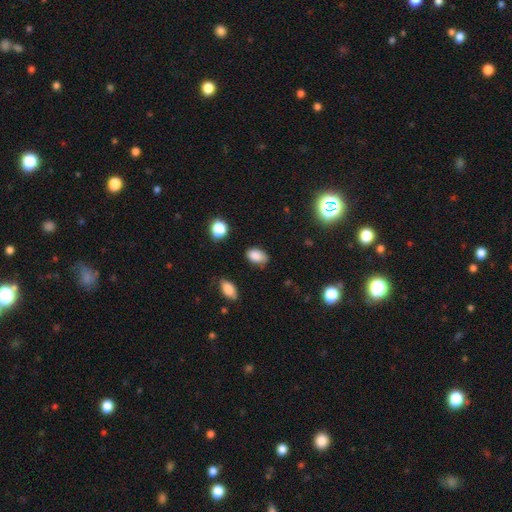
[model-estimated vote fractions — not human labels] A smooth galaxy with no disk features (84%) that is in between round and cigar-shaped (86%).

Vote fractions:
- Smooth or featured? smooth: 84% / star or artifact: 10% / featured or disk: 6%
- How rounded? in between: 86% / round: 12% / cigar-shaped: 1%
- Merging? none: 67% / minor disturbance: 26% / major disturbance: 5% / merger: 2%